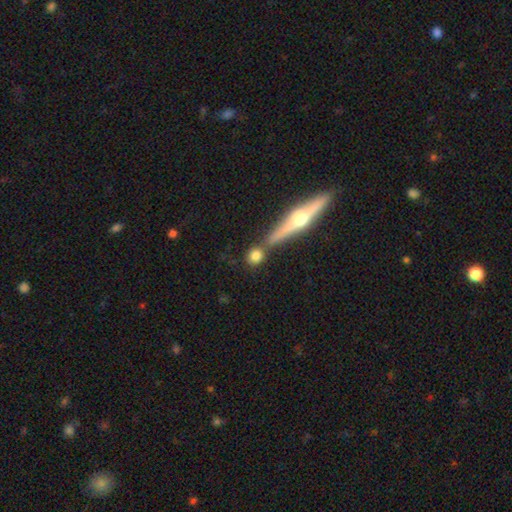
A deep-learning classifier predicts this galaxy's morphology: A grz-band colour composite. It shows a smooth galaxy with no disk features (75%) that is round (83%). Merging: none (70%).